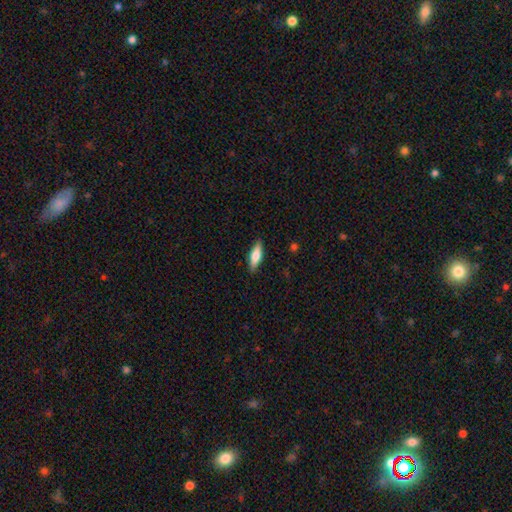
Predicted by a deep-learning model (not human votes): Smooth or featured: smooth — 66% (featured or disk — 28%)
How rounded: in between — 52% (cigar-shaped — 46%)
Merging: none — 87% (minor disturbance — 10%)